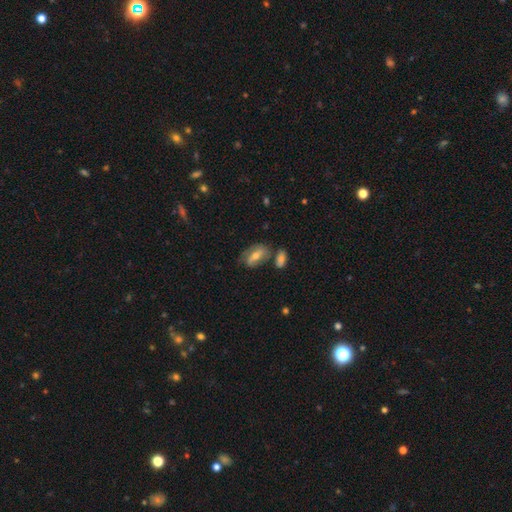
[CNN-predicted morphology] type=featured or disk (46%); merging=none (56%).